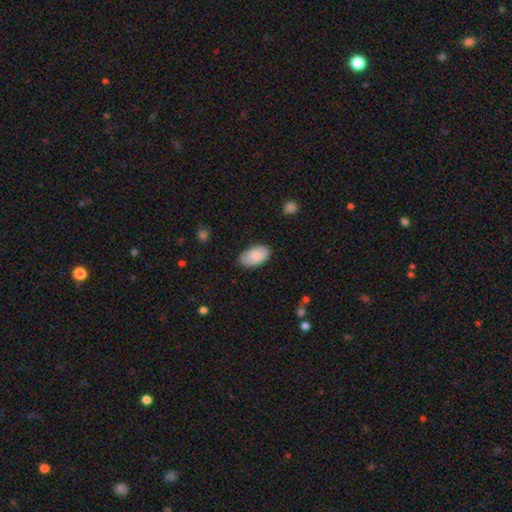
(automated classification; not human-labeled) Smooth or featured: smooth — 86% (featured or disk — 8%)
How rounded: in between — 95% (round — 3%)
Merging: none — 79% (minor disturbance — 17%)